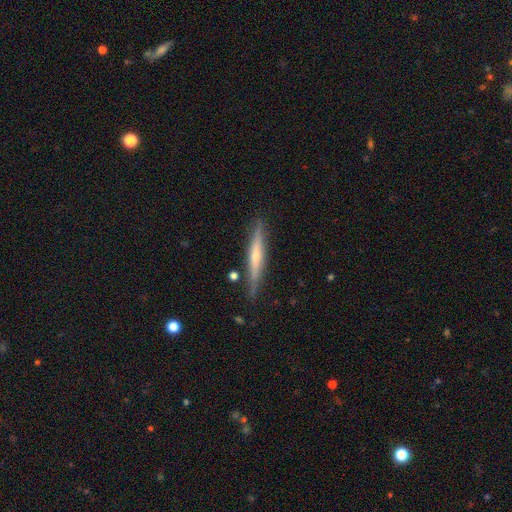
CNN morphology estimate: Smooth or featured: featured or disk — 54% (smooth — 40%)
Edge-on disk: yes — 96% (no — 4%)
Edge-on bulge: rounded — 49% (none — 41%)
Merging: none — 84% (minor disturbance — 11%)